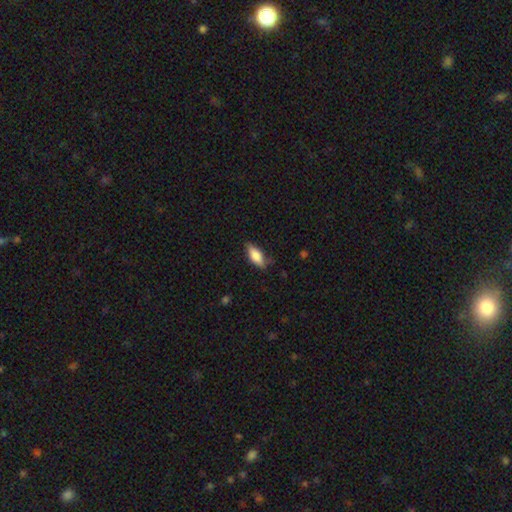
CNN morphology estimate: This appears to be a smooth galaxy with no disk features (75%) that is in between round and cigar-shaped (80%). Merging: none (71%).